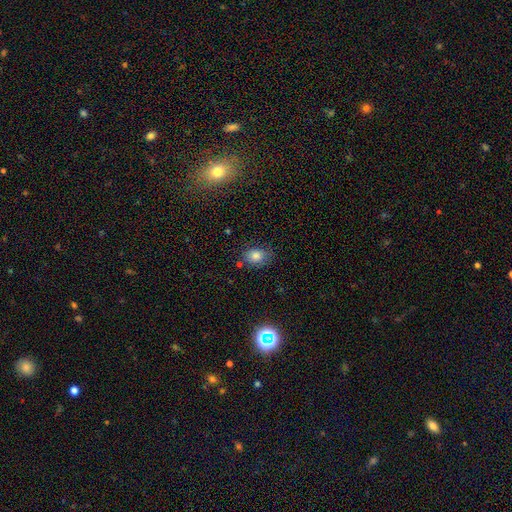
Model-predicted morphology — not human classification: Smooth or featured? smooth (81%)
How rounded? in between (65%)
Merging? none (74%)